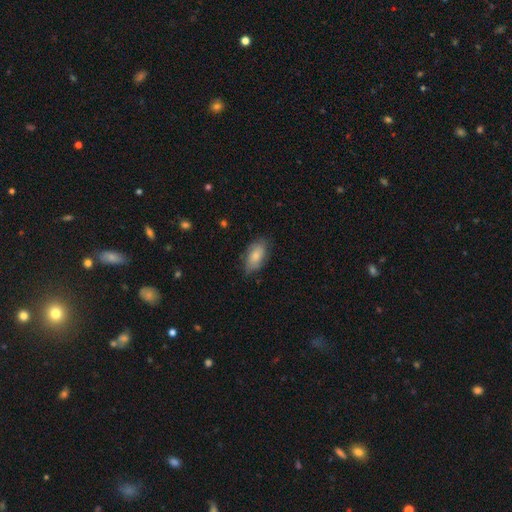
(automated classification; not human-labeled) Morphology: type=smooth (77%); roundness=in between (92%); merging=none (69%).